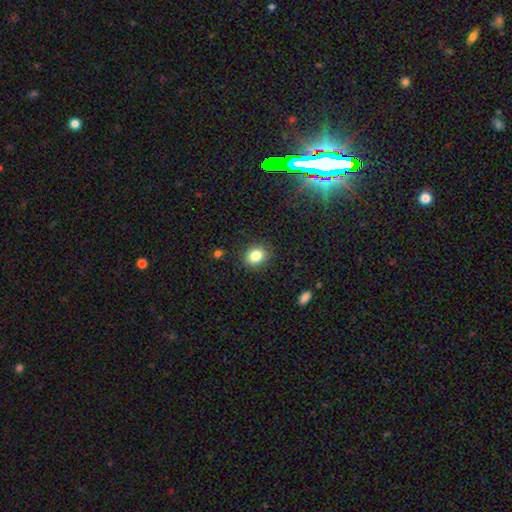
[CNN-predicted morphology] smooth 84%, star or artifact 10%, featured or disk 6%. Down the decision tree: how rounded — round (58%); merging — none (89%).